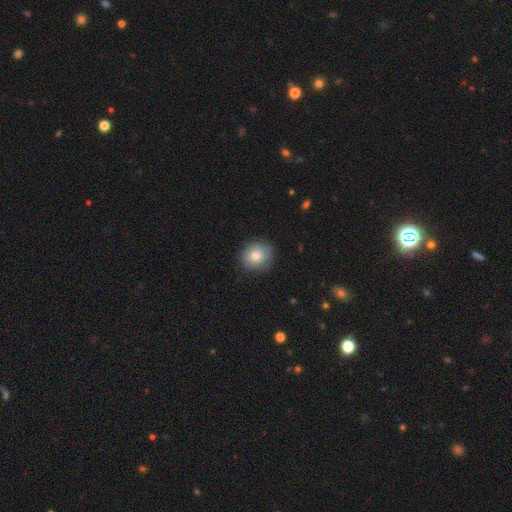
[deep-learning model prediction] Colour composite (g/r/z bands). It shows a smooth galaxy with no disk features (63%) that is round (84%). Merging: none (78%).